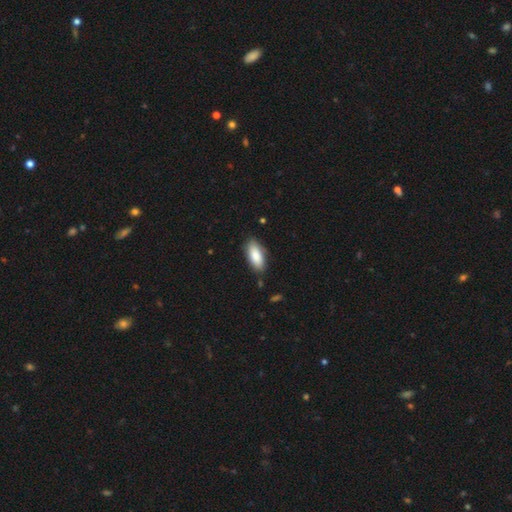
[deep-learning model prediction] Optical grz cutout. It shows a smooth galaxy with no disk features (87%) that is in between round and cigar-shaped (87%). Merging: none (82%).